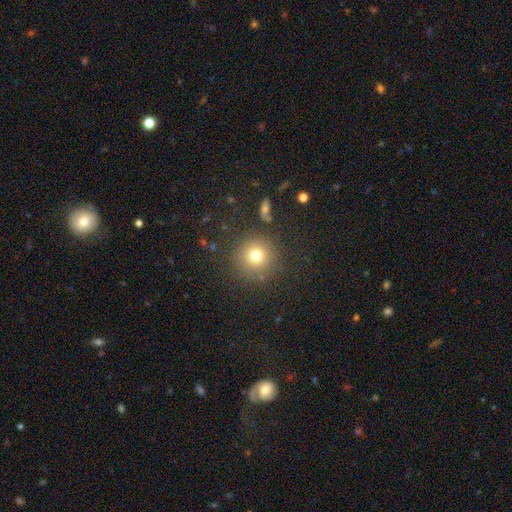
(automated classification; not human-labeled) The model was most divided on "smooth or featured": smooth: 75%, star or artifact: 15%, featured or disk: 10%. More confident: how rounded — round (94%); merging — none (86%).